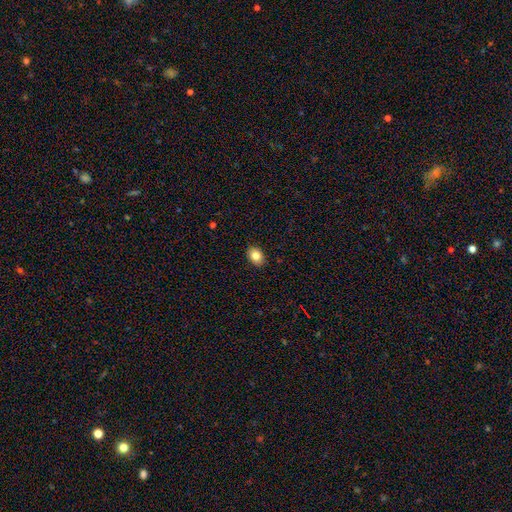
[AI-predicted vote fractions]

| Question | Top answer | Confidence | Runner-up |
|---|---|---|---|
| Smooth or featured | smooth | 83% | star or artifact (9%) |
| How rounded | in between | 70% | round (29%) |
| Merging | none | 90% | minor disturbance (8%) |